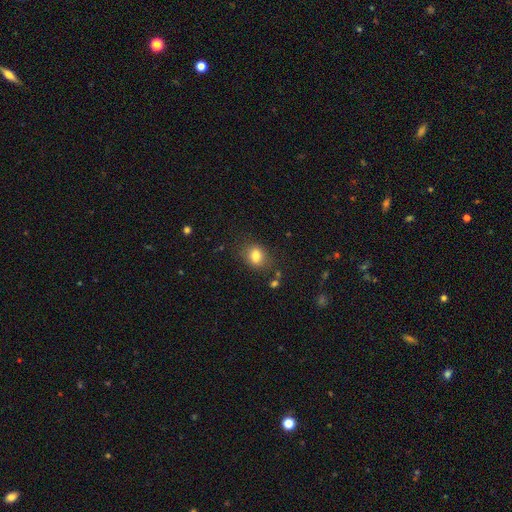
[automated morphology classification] Smooth or featured: smooth — 81% (star or artifact — 10%)
How rounded: in between — 59% (round — 39%)
Merging: none — 77% (minor disturbance — 15%)